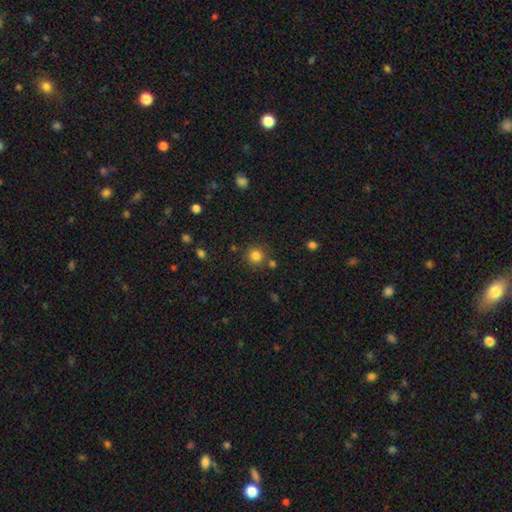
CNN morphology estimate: Smooth or featured?
  - smooth: 82% *
  - star or artifact: 13%
  - featured or disk: 5%
How rounded?
  - round: 94% *
  - in between: 5%
  - cigar-shaped: 1%
Merging?
  - none: 82% *
  - minor disturbance: 8%
  - merger: 7%
  - major disturbance: 3%